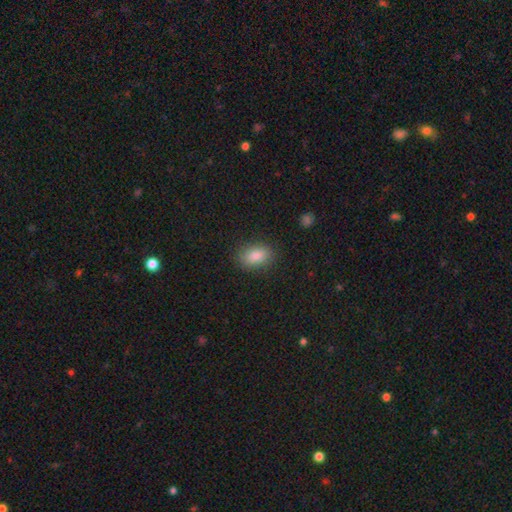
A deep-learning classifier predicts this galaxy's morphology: The model was most divided on "smooth or featured": smooth: 85%, star or artifact: 9%, featured or disk: 6%. More confident: how rounded — in between (88%); merging — none (86%).